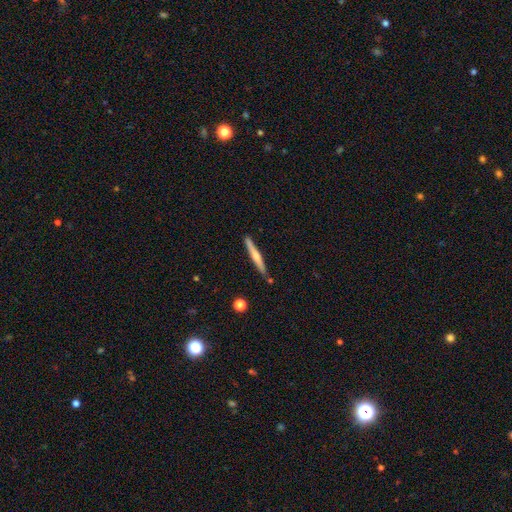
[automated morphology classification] Q: Smooth or featured?
A: featured or disk (49%); runner-up: smooth (45%)
Q: Merging?
A: none (84%); runner-up: minor disturbance (11%)